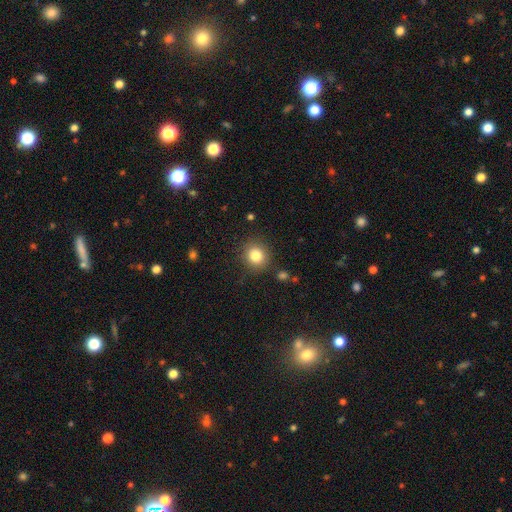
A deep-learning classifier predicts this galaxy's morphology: This is clearly a smooth galaxy (82%). How rounded: clearly round (87%). Merging: clearly none (88%).